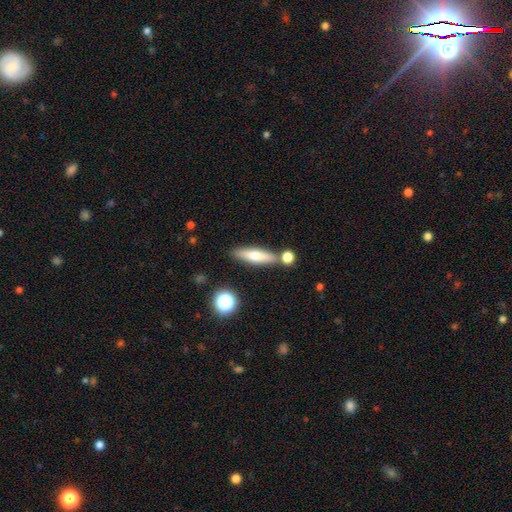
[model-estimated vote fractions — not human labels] The model was most divided on "smooth or featured": smooth: 61%, featured or disk: 31%, star or artifact: 7%. More confident: merging — none (75%); how rounded — cigar-shaped (71%).